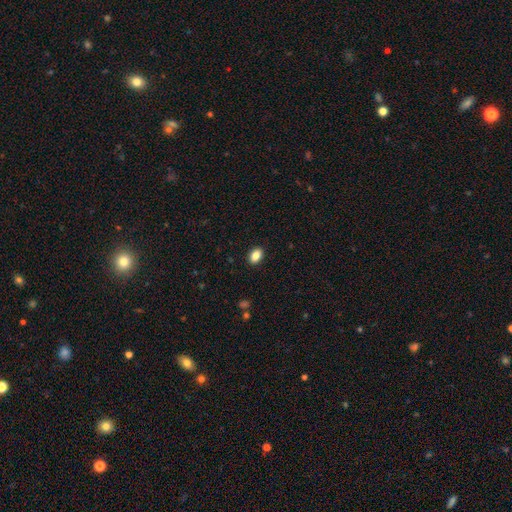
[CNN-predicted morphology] A smooth galaxy with no disk features (86%) that is in between round and cigar-shaped (84%).

Vote fractions:
- Smooth or featured? smooth: 86% / star or artifact: 8% / featured or disk: 5%
- How rounded? in between: 84% / round: 15% / cigar-shaped: 1%
- Merging? none: 90% / minor disturbance: 7% / major disturbance: 2% / merger: 1%